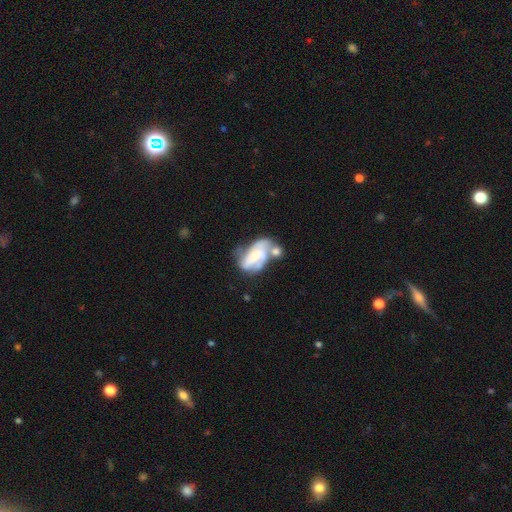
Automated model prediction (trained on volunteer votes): Morphology: type=featured or disk (70%); edge-on=no (97%); bar=no (61%); spiral arms=yes (76%); winding=medium (42%); arm count=2 (37%); bulge=small (42%); merging=merger (36%).